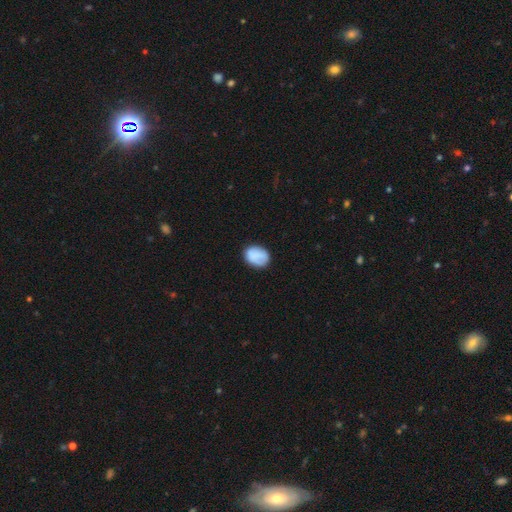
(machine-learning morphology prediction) This is clearly a smooth galaxy (82%). How rounded: likely in between (62%). Merging: likely none (79%).